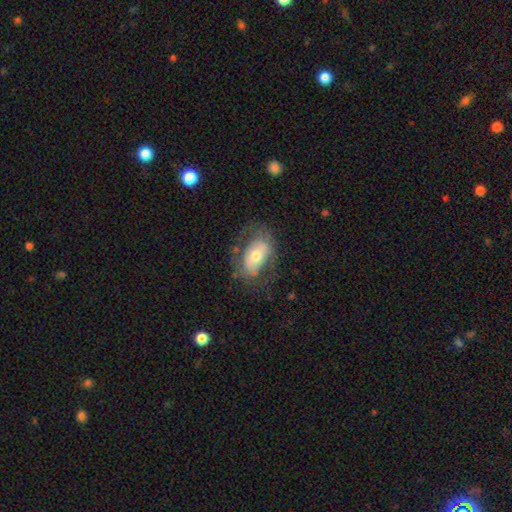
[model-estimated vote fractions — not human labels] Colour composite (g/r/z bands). It shows a featured or disk galaxy (48%). Merging: none (62%).